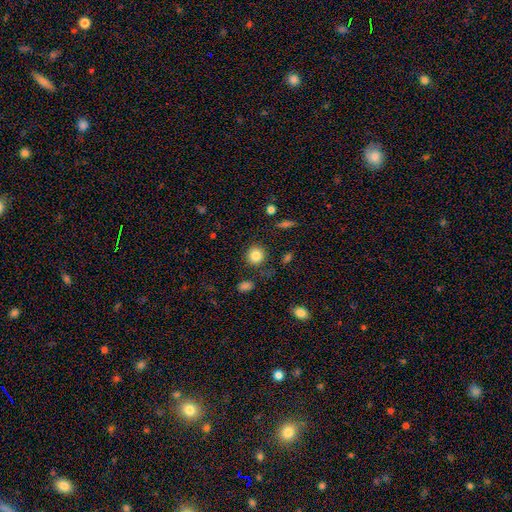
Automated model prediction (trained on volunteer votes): Smooth or featured? smooth (85%)
How rounded? round (90%)
Merging? none (83%)